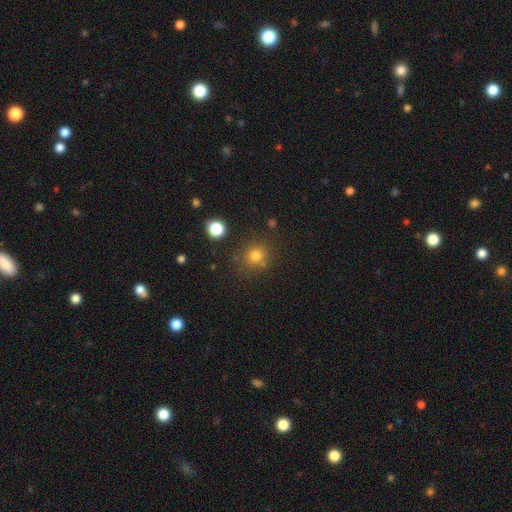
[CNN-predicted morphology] The model was most divided on "smooth or featured": smooth: 78%, star or artifact: 15%, featured or disk: 7%. More confident: how rounded — round (86%); merging — none (78%).